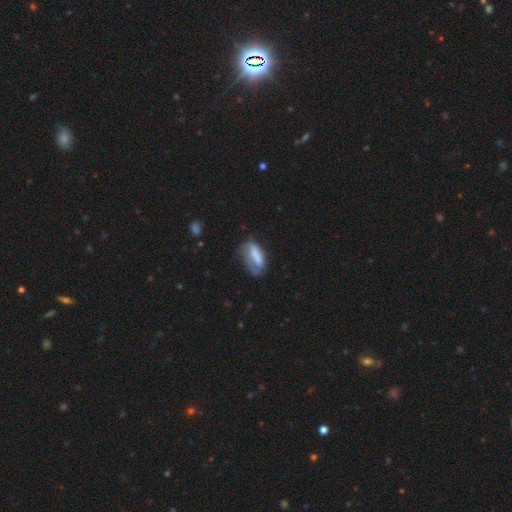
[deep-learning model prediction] Morphology: type=smooth (62%); roundness=in between (68%); merging=none (37%).